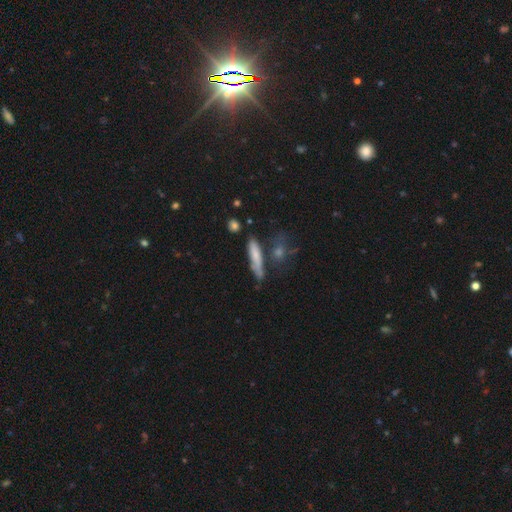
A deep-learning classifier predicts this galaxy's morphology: Smooth or featured: smooth — 66% (featured or disk — 26%)
How rounded: cigar-shaped — 81% (in between — 16%)
Merging: none — 60% (minor disturbance — 23%)